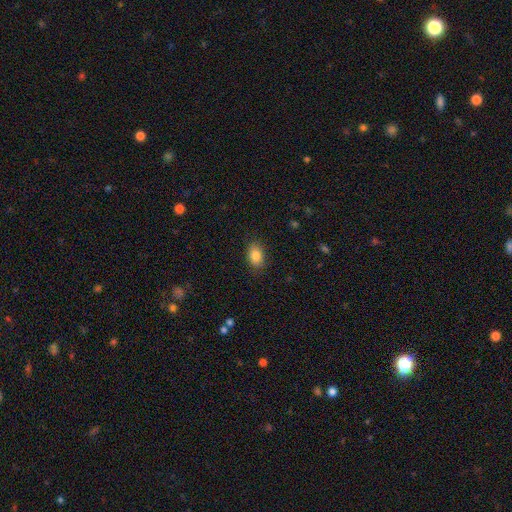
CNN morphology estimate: This is clearly a smooth galaxy (85%). How rounded: clearly in between (87%). Merging: clearly none (85%).